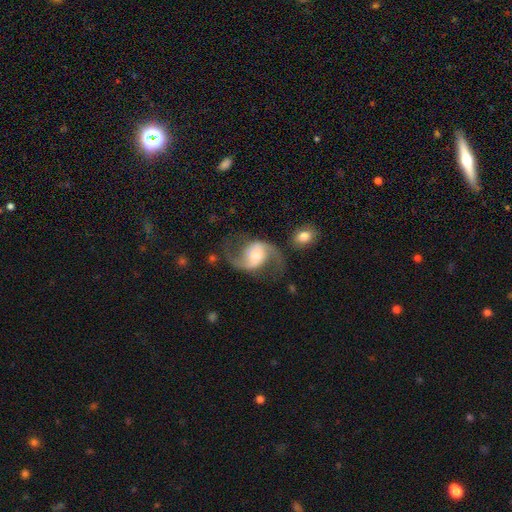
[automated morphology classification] type=featured or disk (90%); edge-on=no (98%); bar=no (44%); spiral arms=yes (97%); winding=loose (57%); arm count=2 (94%); bulge=moderate (58%); merging=none (73%).